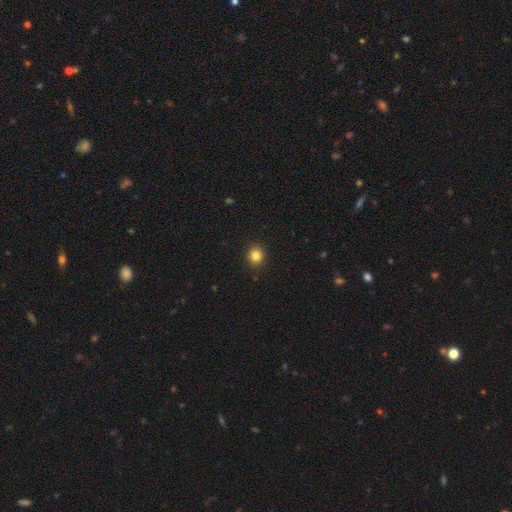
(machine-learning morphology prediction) type=smooth (83%); roundness=round (82%); merging=none (92%).